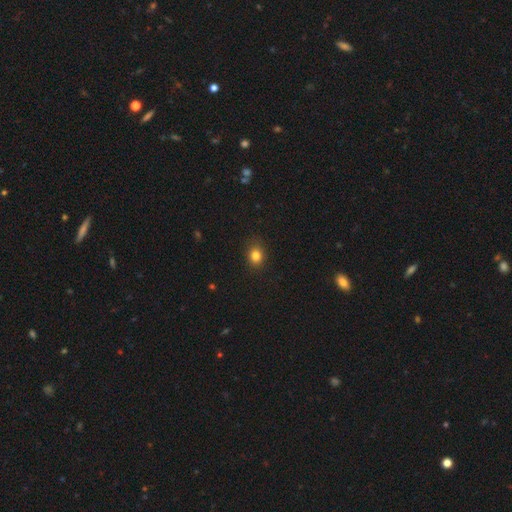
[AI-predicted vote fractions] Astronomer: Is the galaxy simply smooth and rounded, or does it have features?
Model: smooth — 82%.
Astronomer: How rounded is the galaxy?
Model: round — 60% (runner-up: in between, 39%).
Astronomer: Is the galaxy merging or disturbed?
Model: none — 85%.